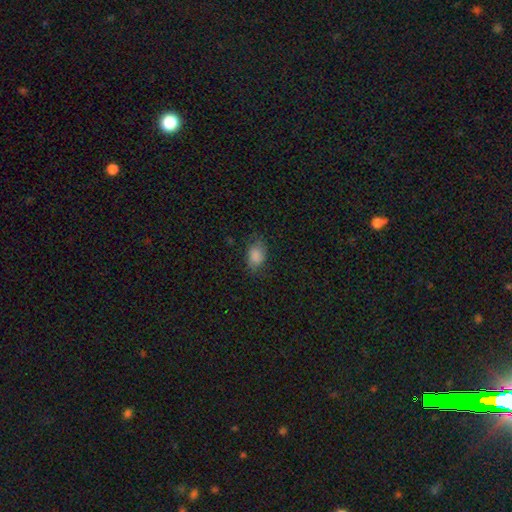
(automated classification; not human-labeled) smooth 81%, star or artifact 10%, featured or disk 9%. Down the decision tree: how rounded — in between (80%); merging — none (71%).